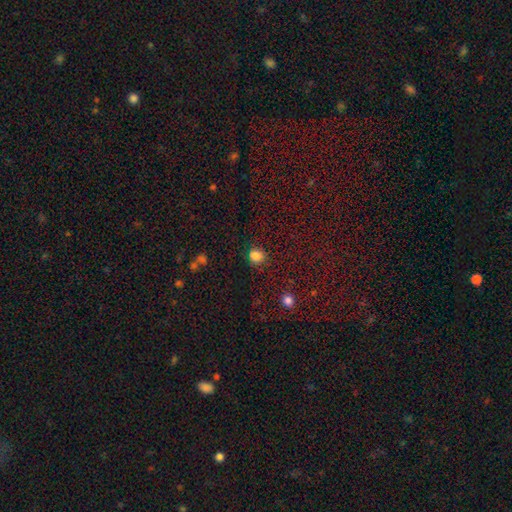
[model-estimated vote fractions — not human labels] smooth 83%, star or artifact 13%, featured or disk 4%. Down the decision tree: how rounded — round (81%); merging — none (83%).